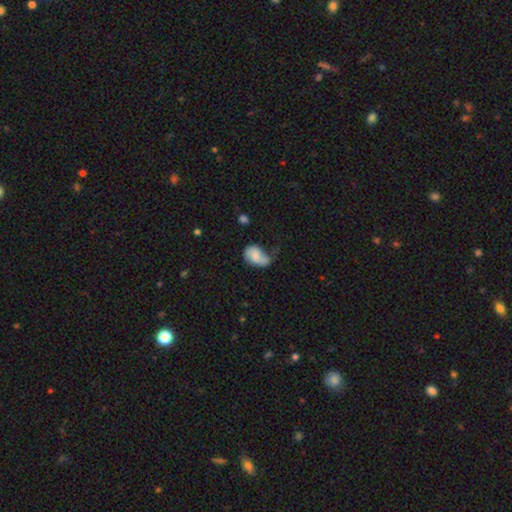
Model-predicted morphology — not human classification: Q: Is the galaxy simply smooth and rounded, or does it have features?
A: smooth — 56%.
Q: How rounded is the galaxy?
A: in between — 82%.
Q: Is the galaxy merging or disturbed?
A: minor disturbance — 36%.